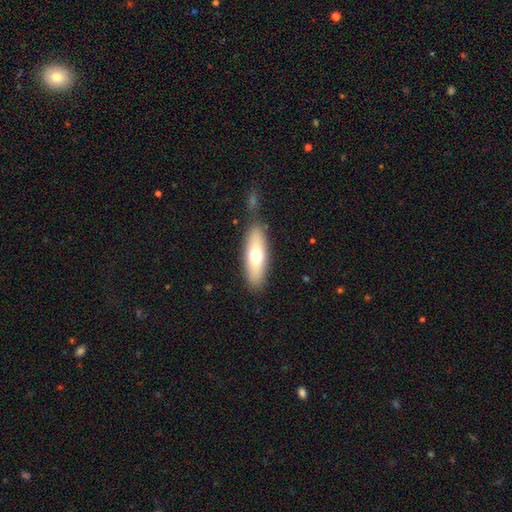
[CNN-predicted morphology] smooth_or_featured: smooth (p=0.65) [alt: featured or disk p=0.29]
how_rounded: in between (p=0.57) [alt: cigar-shaped p=0.40]
merging: none (p=0.80) [alt: minor disturbance p=0.12]